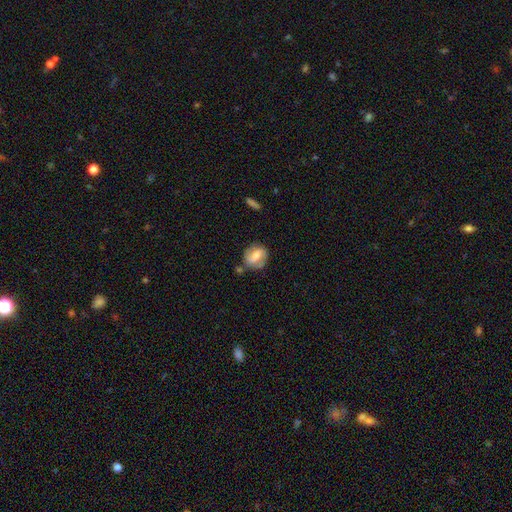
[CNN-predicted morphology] A featured or disk galaxy (50%).

Vote fractions:
- Smooth or featured? featured or disk: 50% / smooth: 43% / star or artifact: 7%
- Edge-on disk? no: 96% / yes: 4%
- Merging? none: 65% / minor disturbance: 21% / merger: 7% / major disturbance: 7%